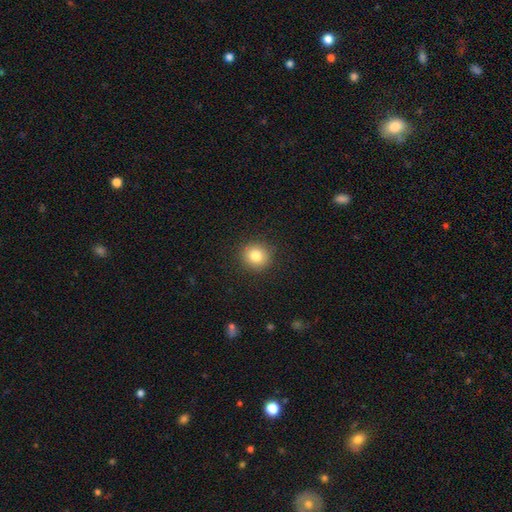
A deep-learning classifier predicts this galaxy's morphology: Smooth or featured?
  - smooth: 82% *
  - star or artifact: 11%
  - featured or disk: 7%
How rounded?
  - round: 89% *
  - in between: 10%
  - cigar-shaped: 1%
Merging?
  - none: 90% *
  - minor disturbance: 6%
  - major disturbance: 2%
  - merger: 1%